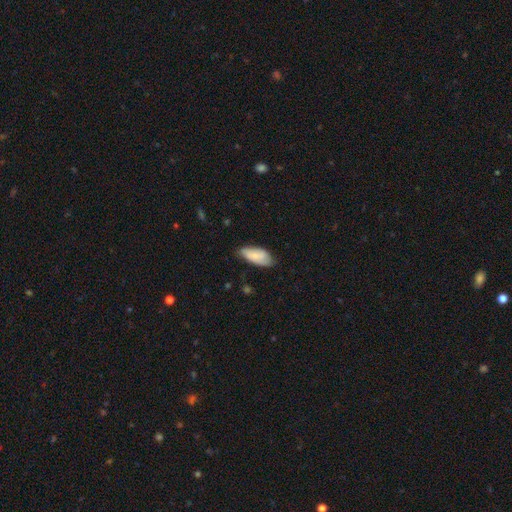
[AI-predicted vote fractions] Smooth or featured: smooth — 75% (featured or disk — 19%)
How rounded: in between — 88% (cigar-shaped — 10%)
Merging: none — 65% (minor disturbance — 29%)